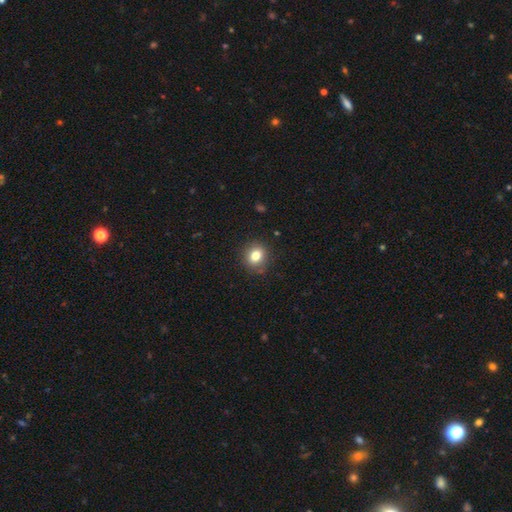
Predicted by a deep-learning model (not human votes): The model was most divided on "how rounded": round: 73%, in between: 26%, cigar-shaped: 1%. More confident: merging — none (86%); smooth or featured — smooth (80%).